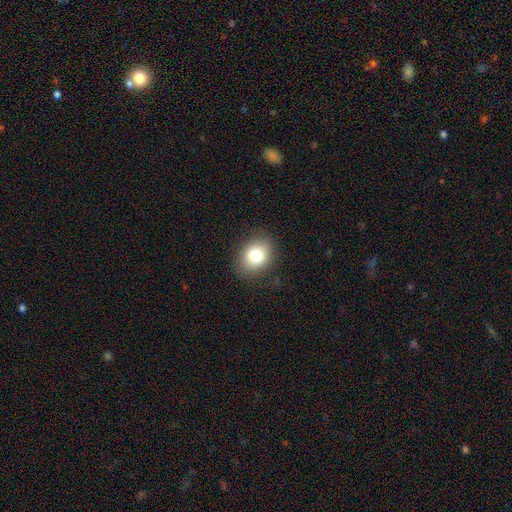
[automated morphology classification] A smooth galaxy with no disk features (80%) that is in between round and cigar-shaped (54%). Merging: none (86%).